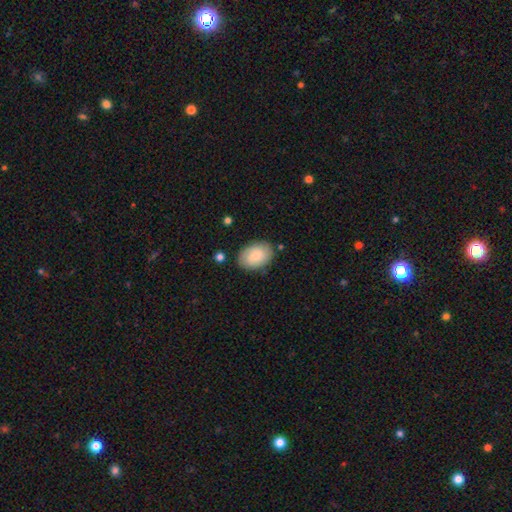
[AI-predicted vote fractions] smooth-or-featured: smooth: 85% | featured or disk: 9% | star or artifact: 6%
  how-rounded: in between: 86% | round: 13% | cigar-shaped: 1%
  merging: none: 81% | minor disturbance: 14% | major disturbance: 3% | merger: 2%